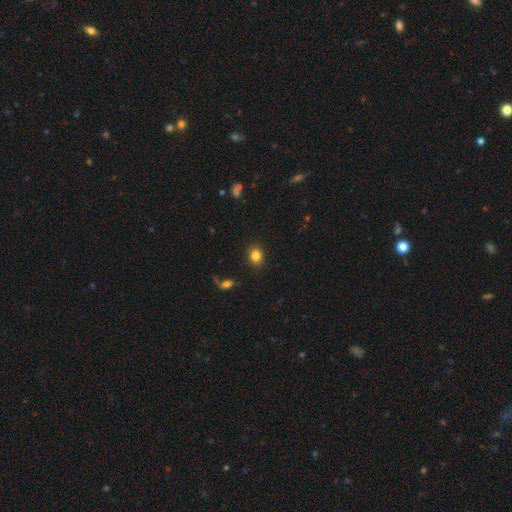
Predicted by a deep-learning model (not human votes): Smooth or featured? smooth (83%)
How rounded? round (68%)
Merging? none (90%)